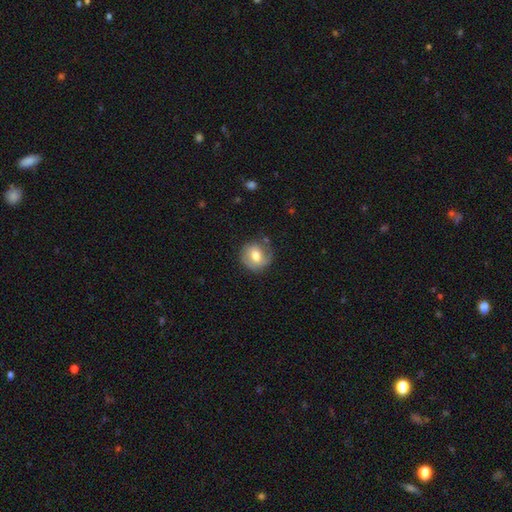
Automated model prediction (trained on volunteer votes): This is possibly a smooth galaxy (58%). How rounded: clearly round (83%). Merging: likely none (69%).